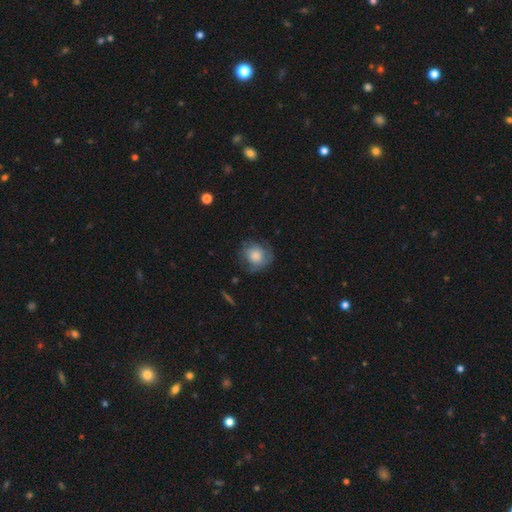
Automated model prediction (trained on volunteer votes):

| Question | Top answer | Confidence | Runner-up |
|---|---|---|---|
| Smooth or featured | smooth | 74% | featured or disk (18%) |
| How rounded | round | 85% | in between (14%) |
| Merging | none | 65% | minor disturbance (24%) |